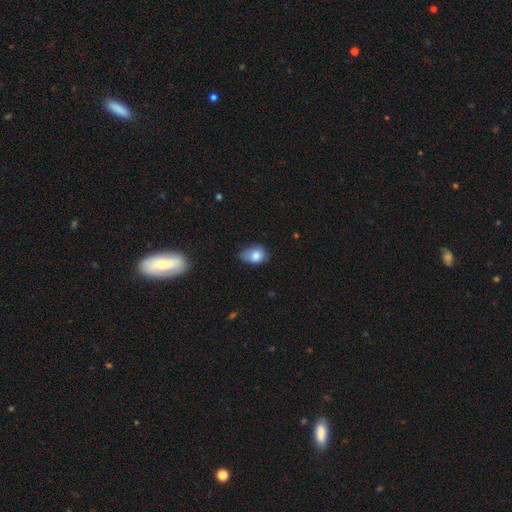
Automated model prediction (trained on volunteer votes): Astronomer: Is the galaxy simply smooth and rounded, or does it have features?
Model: smooth — 79%.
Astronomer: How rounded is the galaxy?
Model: in between — 76%.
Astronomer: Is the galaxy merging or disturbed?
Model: minor disturbance — 46% (runner-up: none, 36%).